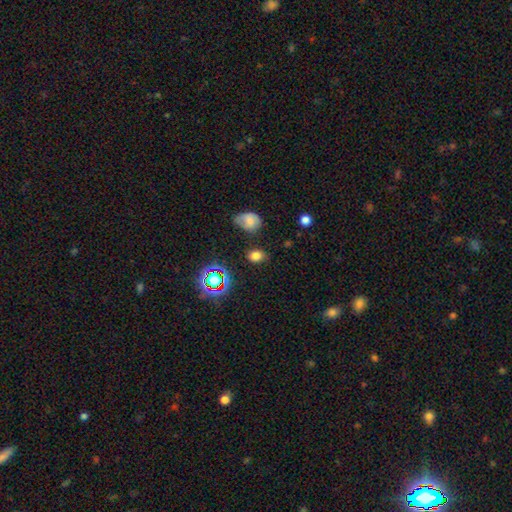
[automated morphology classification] This appears to be a smooth galaxy with no disk features (74%) that is in between round and cigar-shaped (67%). Merging: none (79%).